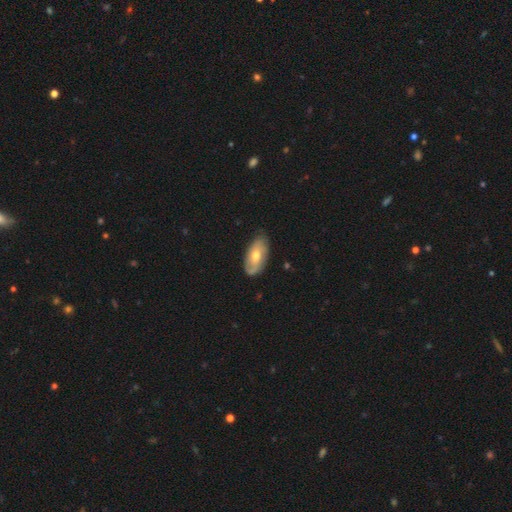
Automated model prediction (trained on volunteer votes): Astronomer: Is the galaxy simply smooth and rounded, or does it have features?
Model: smooth — 49% (runner-up: featured or disk, 45%).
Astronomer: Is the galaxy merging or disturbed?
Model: none — 71%.